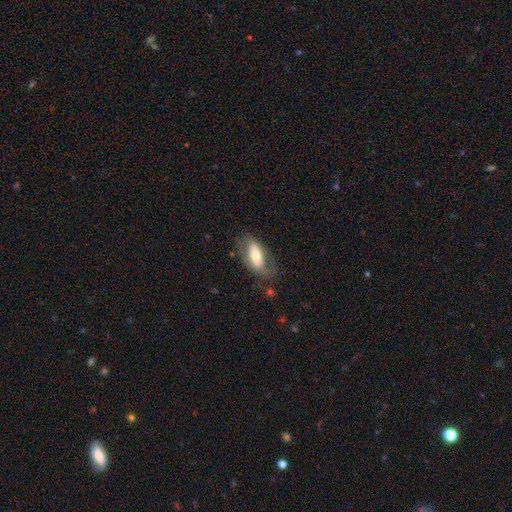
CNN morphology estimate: Q: Smooth or featured?
A: smooth (54%); runner-up: featured or disk (39%)
Q: How rounded?
A: in between (83%); runner-up: cigar-shaped (13%)
Q: Merging?
A: none (63%); runner-up: minor disturbance (23%)